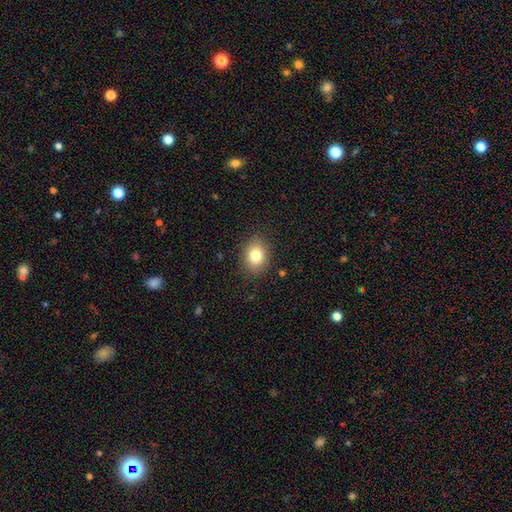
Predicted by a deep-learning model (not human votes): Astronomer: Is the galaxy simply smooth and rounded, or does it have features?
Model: smooth — 80%.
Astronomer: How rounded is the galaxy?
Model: in between — 53% (runner-up: round, 46%).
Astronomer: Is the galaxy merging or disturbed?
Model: none — 86%.